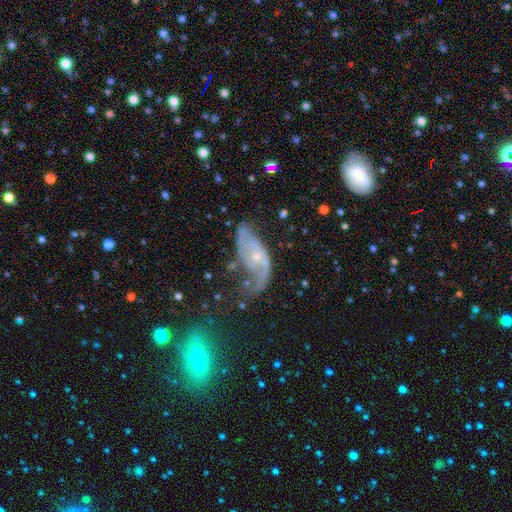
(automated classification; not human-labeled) Overall: featured or disk (79%). Edge-on disk: no (94%). Bar: no (69%). Spiral arms: yes (87%). Spiral arm count: 2 (68%). Spiral winding: loose (42%; medium 37%). Bulge size: small (74%). Merging: none (39%; major disturbance 29%).